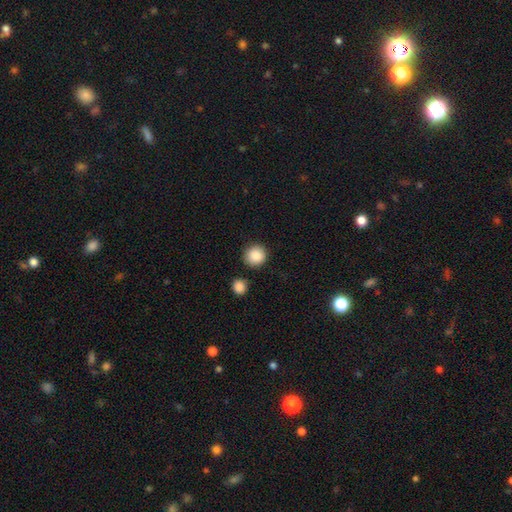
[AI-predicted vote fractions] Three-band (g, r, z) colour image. It shows a smooth galaxy with no disk features (88%) that is round (90%). Merging: none (85%).